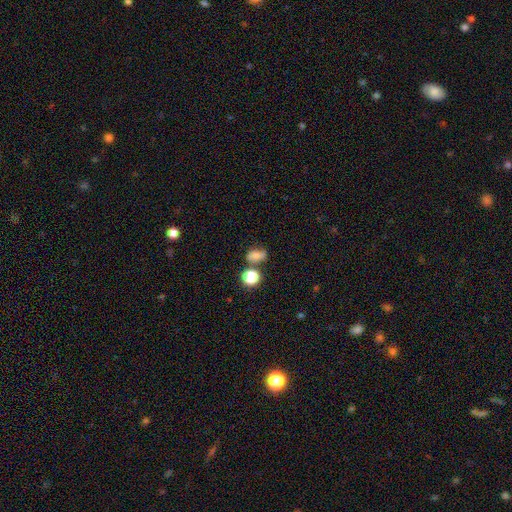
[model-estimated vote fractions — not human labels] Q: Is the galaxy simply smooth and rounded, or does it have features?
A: smooth — 61%.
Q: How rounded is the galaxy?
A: in between — 63%.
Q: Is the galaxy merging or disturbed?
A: none — 55%.